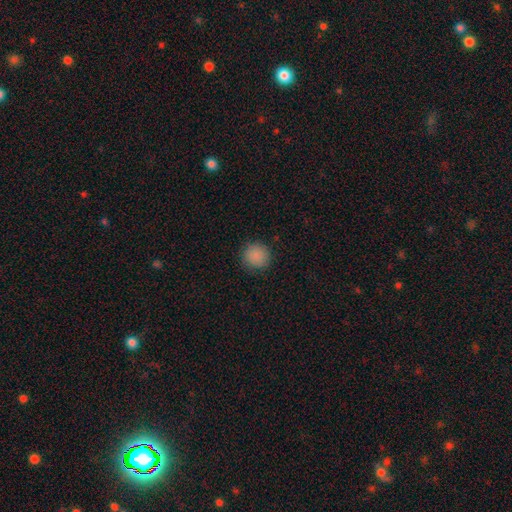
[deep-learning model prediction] smooth_or_featured: smooth (p=0.88) [alt: star or artifact p=0.09]
how_rounded: round (p=0.93) [alt: in between p=0.06]
merging: none (p=0.90) [alt: minor disturbance p=0.07]